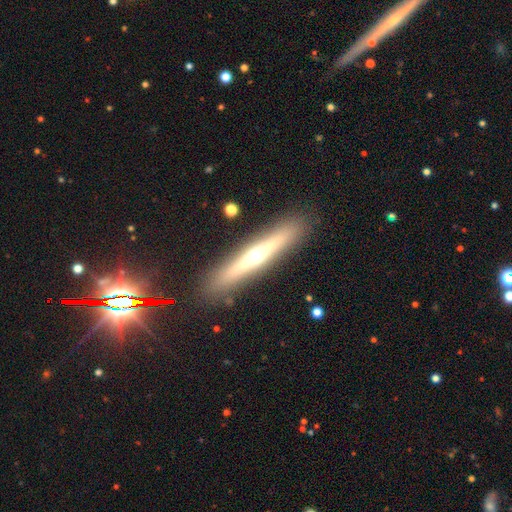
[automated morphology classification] The model was most divided on "smooth or featured": featured or disk: 65%, smooth: 27%, star or artifact: 7%. More confident: edge-on disk — yes (95%); merging — none (89%); edge-on bulge — rounded (88%).